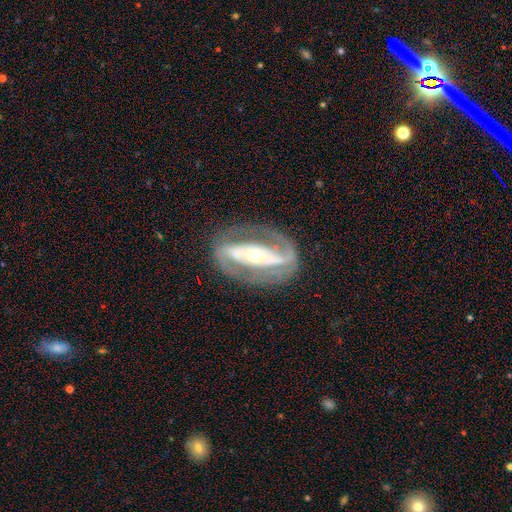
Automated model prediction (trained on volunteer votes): smooth_or_featured: featured or disk (p=0.87) [alt: smooth p=0.08]
disk_edge_on: no (p=0.92) [alt: yes p=0.08]
bar: strong (p=0.68) [alt: no p=0.17]
has_spiral_arms: yes (p=0.83) [alt: no p=0.17]
spiral_winding: medium (p=0.42) [alt: tight p=0.40]
spiral_arm_count: 2 (p=0.87) [alt: can't tell p=0.06]
bulge_size: moderate (p=0.49) [alt: small p=0.45]
merging: none (p=0.80) [alt: minor disturbance p=0.12]